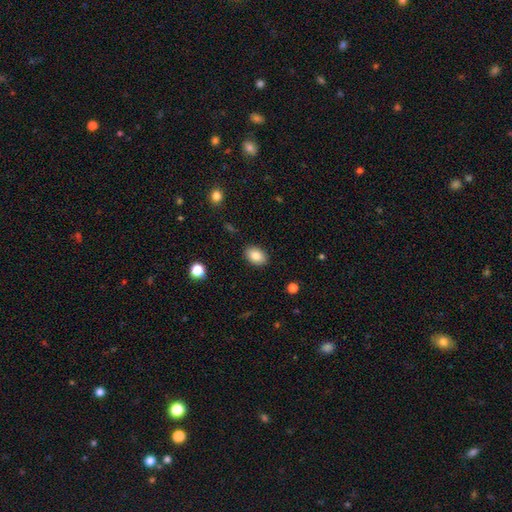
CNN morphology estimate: A smooth galaxy with no disk features (85%) that is in between round and cigar-shaped (83%).

Vote fractions:
- Smooth or featured? smooth: 85% / star or artifact: 8% / featured or disk: 6%
- How rounded? in between: 83% / round: 16% / cigar-shaped: 1%
- Merging? none: 88% / minor disturbance: 8% / major disturbance: 2% / merger: 1%